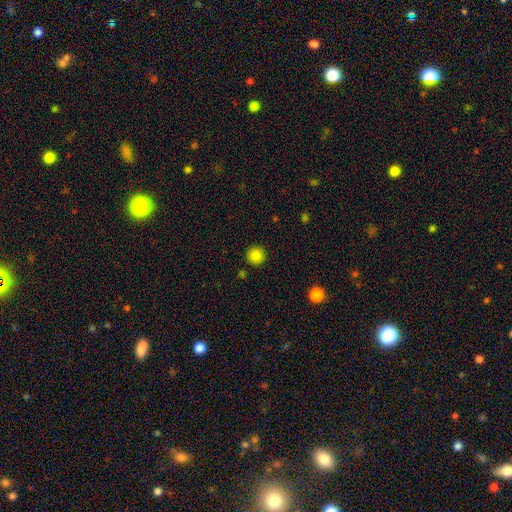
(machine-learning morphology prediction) Overall: smooth (86%). How rounded: round (95%). Merging: none (91%).